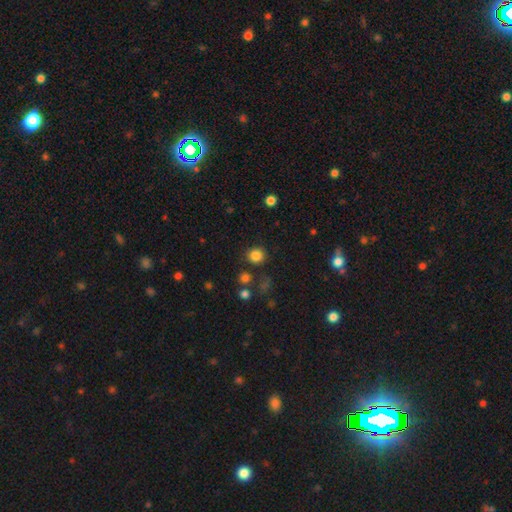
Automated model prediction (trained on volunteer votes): Smooth or featured: smooth — 83% (star or artifact — 13%)
How rounded: round — 88% (in between — 11%)
Merging: none — 84% (minor disturbance — 8%)